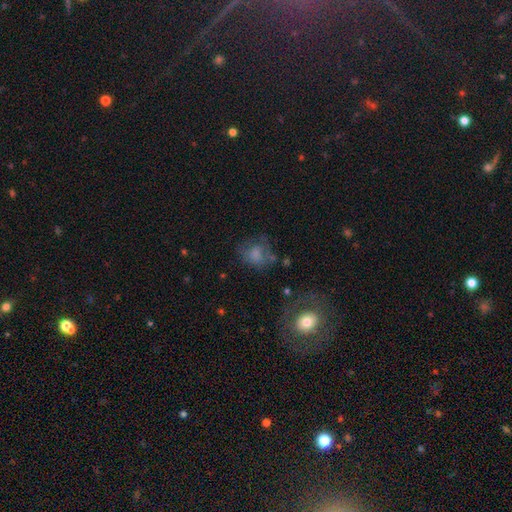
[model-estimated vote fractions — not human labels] This is likely a smooth galaxy (60%). How rounded: likely round (60%). Merging: possibly none (49%).